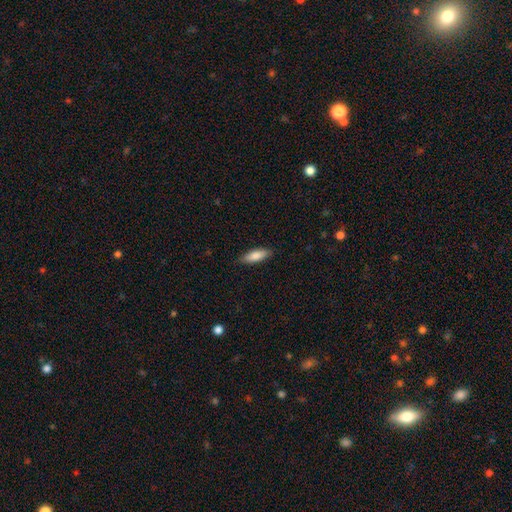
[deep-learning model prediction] Q: Smooth or featured?
A: smooth (82%); runner-up: featured or disk (13%)
Q: How rounded?
A: in between (55%); runner-up: cigar-shaped (44%)
Q: Merging?
A: none (86%); runner-up: minor disturbance (11%)